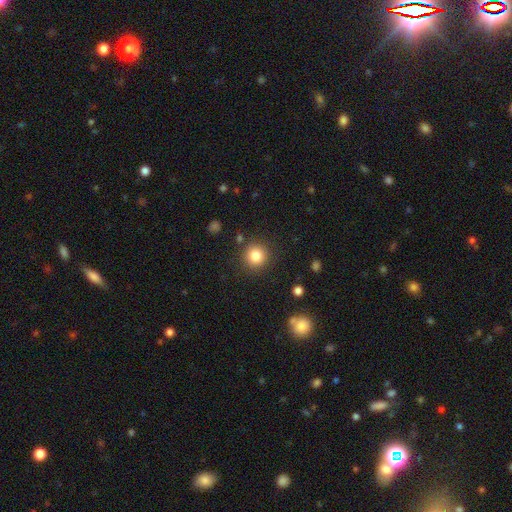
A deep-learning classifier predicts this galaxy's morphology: The model was most divided on "smooth or featured": smooth: 83%, star or artifact: 11%, featured or disk: 6%. More confident: how rounded — round (93%); merging — none (88%).